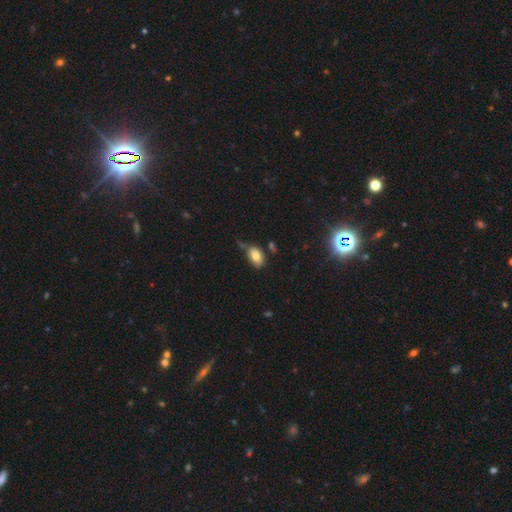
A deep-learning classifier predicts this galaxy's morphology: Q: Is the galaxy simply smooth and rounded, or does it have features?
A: smooth — 79%.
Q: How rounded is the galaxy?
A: in between — 90%.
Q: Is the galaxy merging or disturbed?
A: none — 59%.